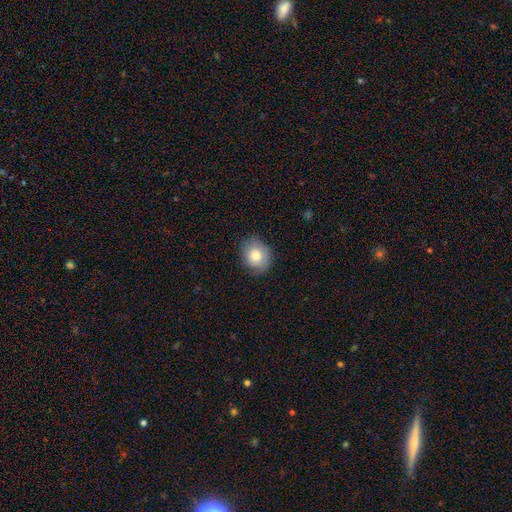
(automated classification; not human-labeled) smooth 79%, featured or disk 13%, star or artifact 8%. Down the decision tree: how rounded — round (64%); merging — none (81%).